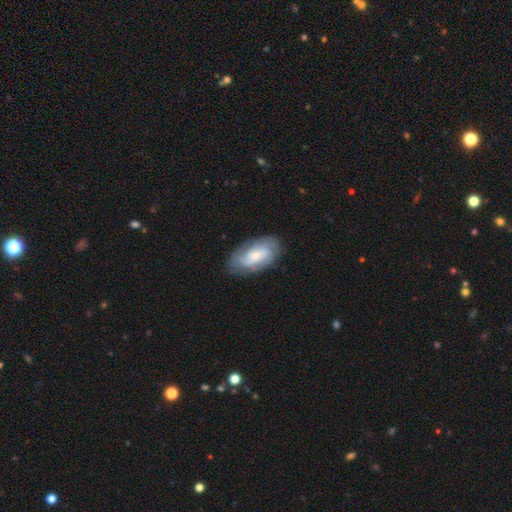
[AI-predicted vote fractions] This is possibly a featured or disk galaxy (51%). It is clearly not viewed edge-on (92%). Merging: likely none (77%).